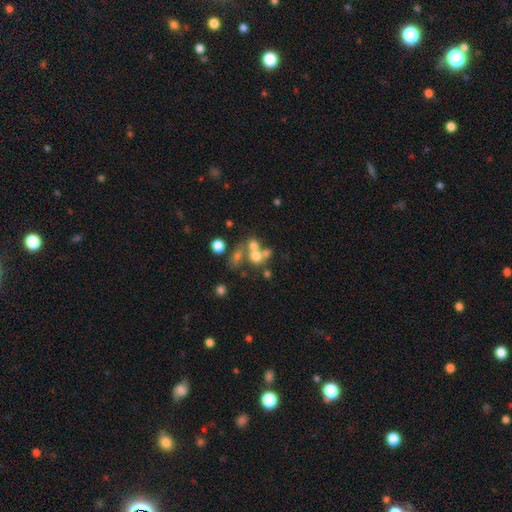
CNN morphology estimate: Smooth or featured? smooth (55%)
How rounded? round (69%)
Merging? merger (55%)